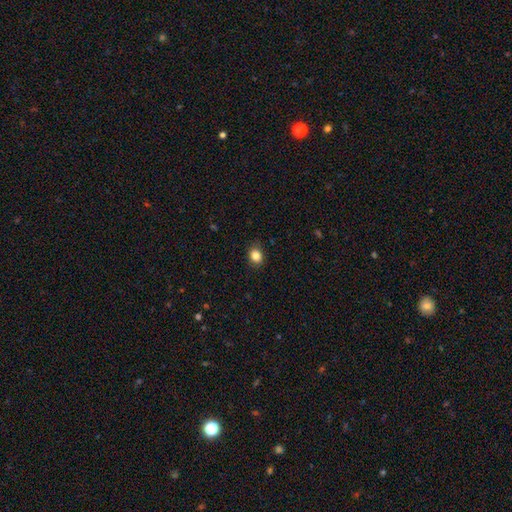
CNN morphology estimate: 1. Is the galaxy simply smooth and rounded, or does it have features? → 84% smooth, 10% star or artifact, 5% featured or disk.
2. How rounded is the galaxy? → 52% round, 47% in between, 1% cigar-shaped.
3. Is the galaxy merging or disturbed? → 83% none, 13% minor disturbance, 3% major disturbance, 1% merger.